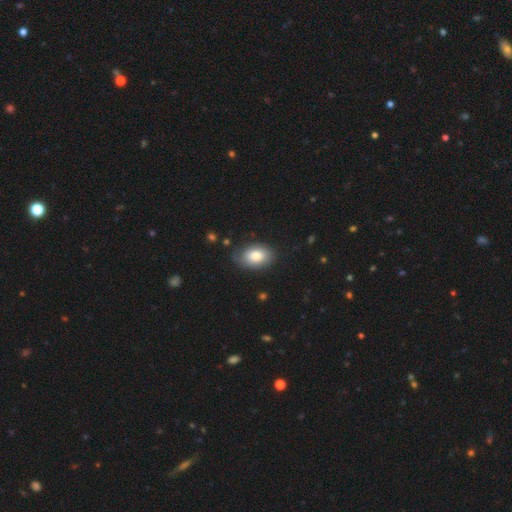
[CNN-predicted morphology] A smooth galaxy with no disk features (80%) that is in between round and cigar-shaped (86%). Merging: none (72%).